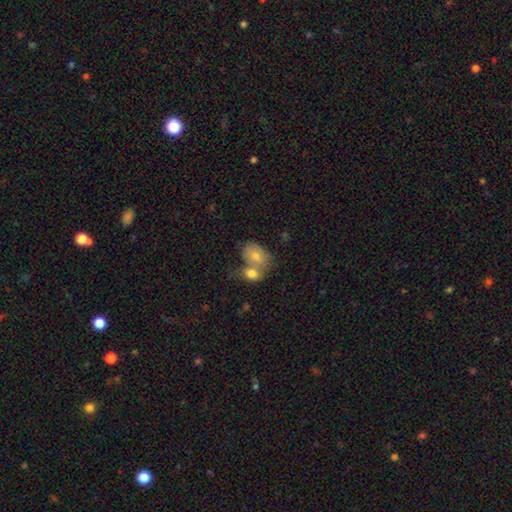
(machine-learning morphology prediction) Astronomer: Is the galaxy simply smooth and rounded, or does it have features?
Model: smooth — 70%.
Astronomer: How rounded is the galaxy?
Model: in between — 75%.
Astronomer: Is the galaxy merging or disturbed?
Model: merger — 67%.